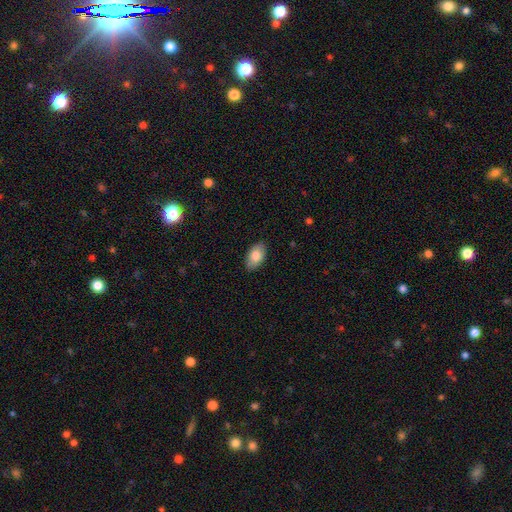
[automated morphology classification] This appears to be a smooth galaxy with no disk features (82%) that is in between round and cigar-shaped (94%). Merging: none (87%).